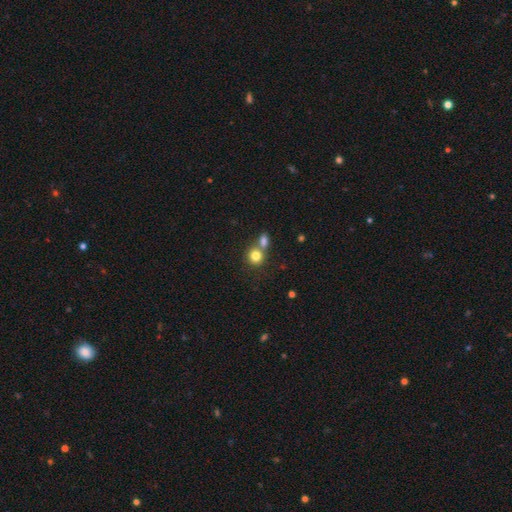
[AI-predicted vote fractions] smooth-or-featured: smooth: 81% | star or artifact: 11% | featured or disk: 8%
  how-rounded: round: 85% | in between: 14% | cigar-shaped: 1%
  merging: none: 48% | merger: 43% | minor disturbance: 7% | major disturbance: 3%